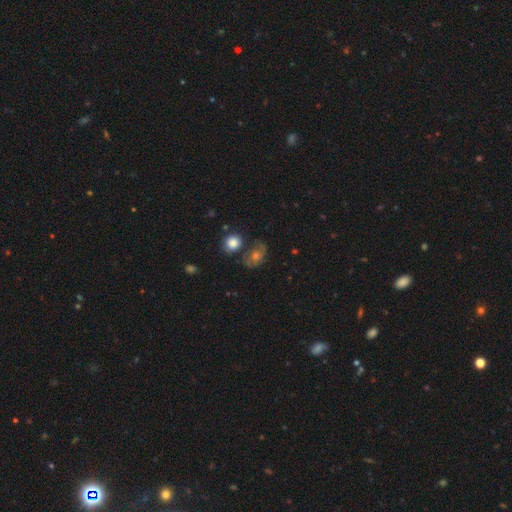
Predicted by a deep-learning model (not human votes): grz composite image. It shows a smooth galaxy with no disk features (42%). Merging: none (52%).